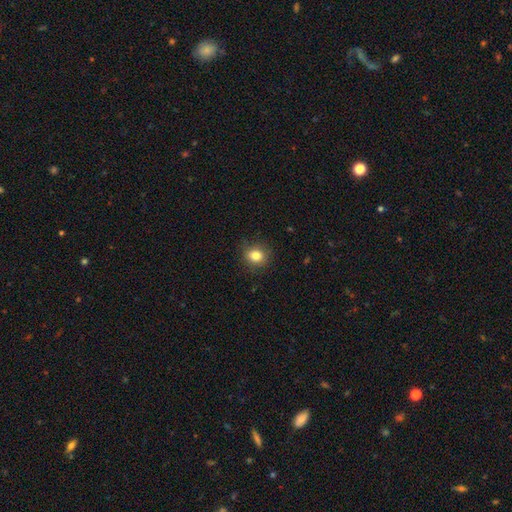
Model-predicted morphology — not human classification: This appears to be a smooth galaxy with no disk features (82%) that is round (81%). Merging: none (84%).